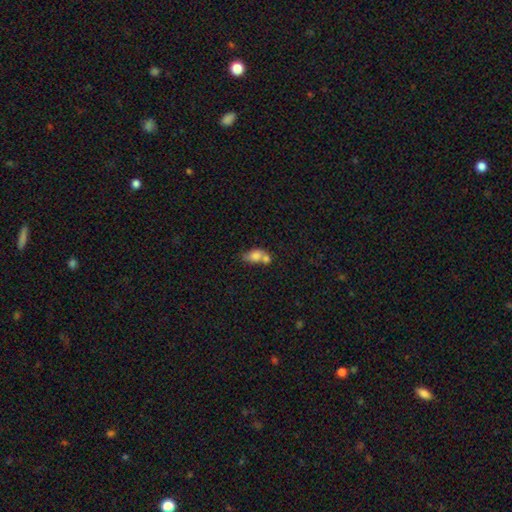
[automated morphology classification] smooth_or_featured: smooth (p=0.71) [alt: featured or disk p=0.19]
how_rounded: in between (p=0.77) [alt: round p=0.18]
merging: merger (p=0.55) [alt: none p=0.27]